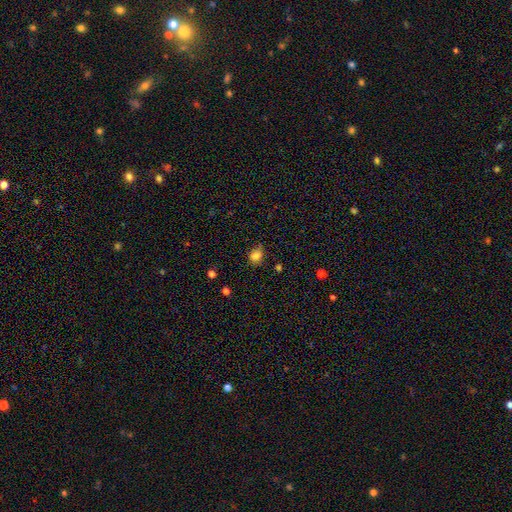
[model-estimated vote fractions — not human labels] Smooth or featured? smooth (78%)
How rounded? round (57%)
Merging? none (61%)